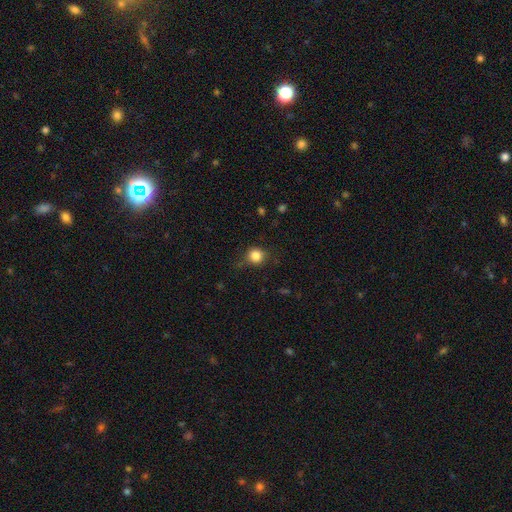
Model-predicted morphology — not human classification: Q: Smooth or featured?
A: smooth (83%); runner-up: star or artifact (11%)
Q: How rounded?
A: round (88%); runner-up: in between (11%)
Q: Merging?
A: none (77%); runner-up: minor disturbance (17%)